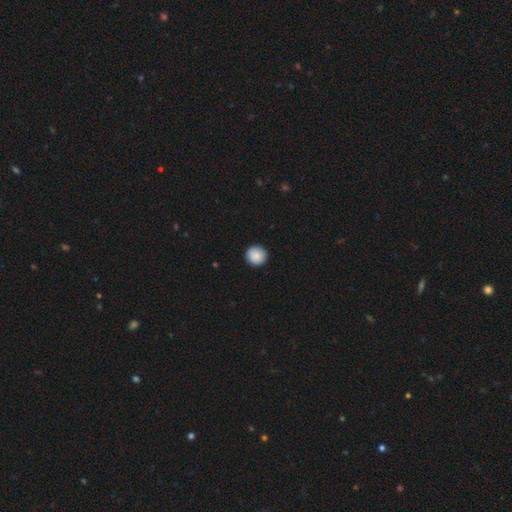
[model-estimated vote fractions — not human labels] Q: Smooth or featured?
A: smooth (89%); runner-up: star or artifact (7%)
Q: How rounded?
A: round (94%); runner-up: in between (5%)
Q: Merging?
A: none (92%); runner-up: minor disturbance (5%)